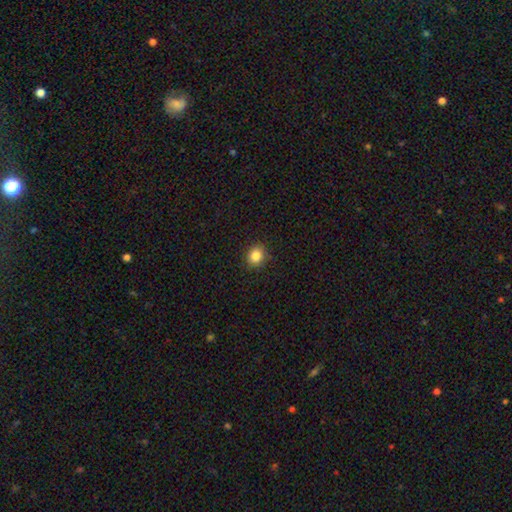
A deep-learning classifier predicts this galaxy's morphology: Smooth or featured: smooth — 85% (star or artifact — 11%)
How rounded: round — 74% (in between — 25%)
Merging: none — 90% (minor disturbance — 7%)